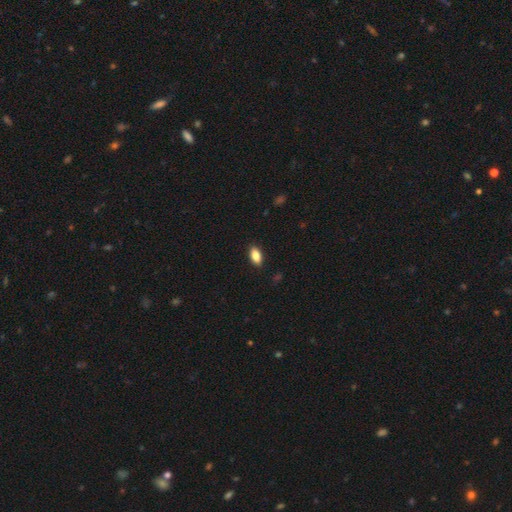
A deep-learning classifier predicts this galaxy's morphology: smooth_or_featured: smooth (p=0.86) [alt: star or artifact p=0.08]
how_rounded: in between (p=0.90) [alt: cigar-shaped p=0.06]
merging: none (p=0.89) [alt: minor disturbance p=0.08]